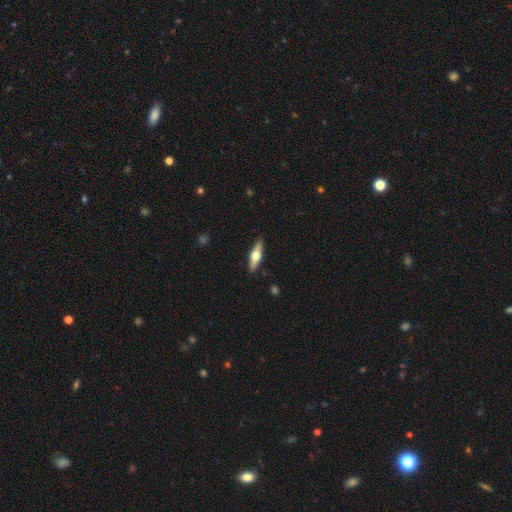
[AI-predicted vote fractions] A featured or disk galaxy (55%) viewed edge-on (93%) with a rounded central bulge (95%). Merging: none (90%).